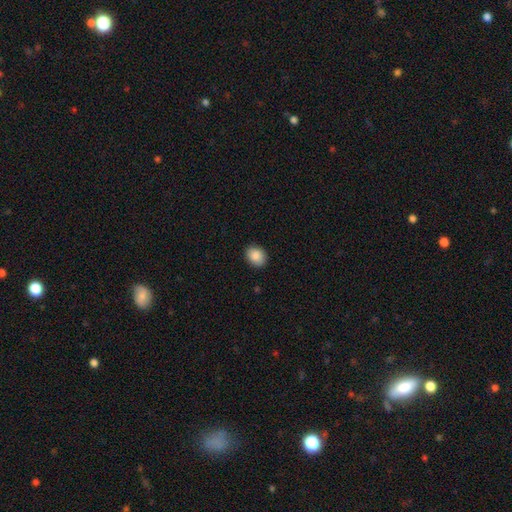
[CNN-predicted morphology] smooth_or_featured: smooth (p=0.89) [alt: star or artifact p=0.07]
how_rounded: in between (p=0.54) [alt: round p=0.45]
merging: none (p=0.87) [alt: minor disturbance p=0.10]